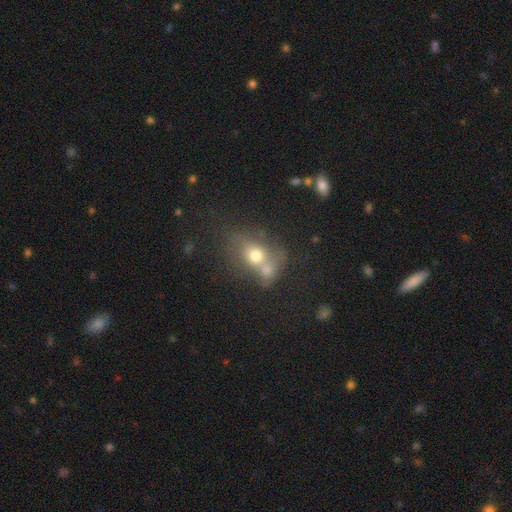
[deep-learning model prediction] smooth 64%, featured or disk 22%, star or artifact 14%. Down the decision tree: how rounded — round (49%, tied with in between); merging — merger (52%).